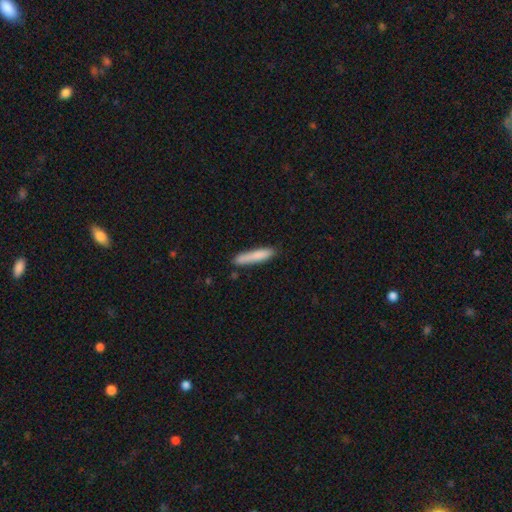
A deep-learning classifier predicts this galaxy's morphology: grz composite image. It shows a smooth galaxy with no disk features (81%) that is cigar-shaped (90%). Merging: none (77%).